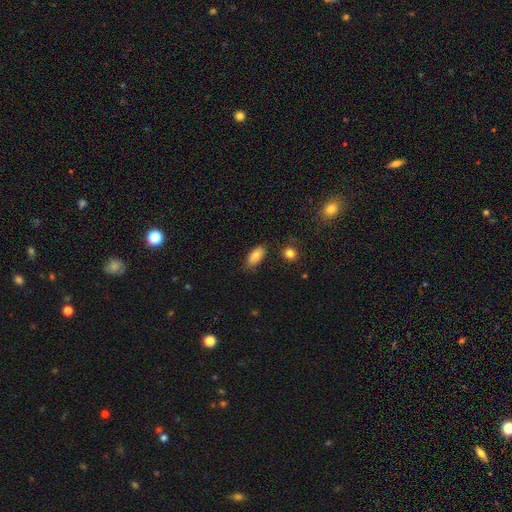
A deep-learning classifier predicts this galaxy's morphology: The model was most divided on "merging": none: 79%, minor disturbance: 15%, major disturbance: 3%, merger: 3%. More confident: how rounded — in between (88%); smooth or featured — smooth (84%).